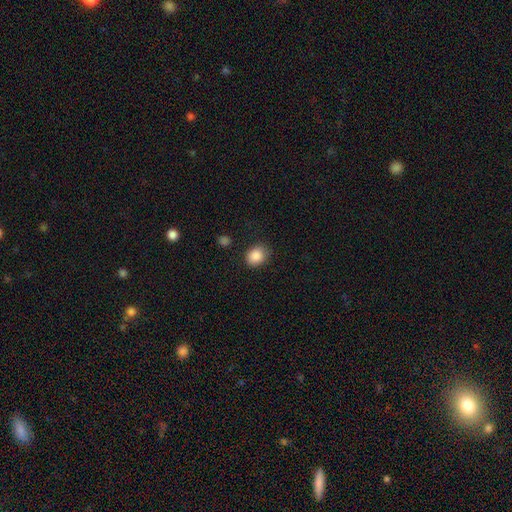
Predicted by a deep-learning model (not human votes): This is clearly a smooth galaxy (88%). How rounded: possibly round (58%). Merging: clearly none (82%).